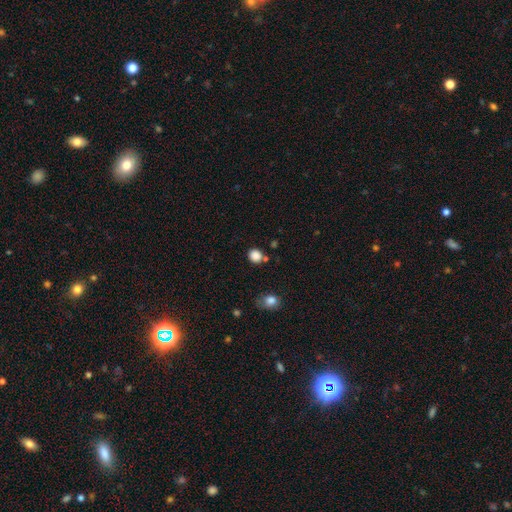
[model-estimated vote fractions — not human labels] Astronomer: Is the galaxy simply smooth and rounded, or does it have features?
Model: smooth — 85%.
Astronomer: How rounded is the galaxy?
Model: round — 81%.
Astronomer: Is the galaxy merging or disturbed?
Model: none — 77%.